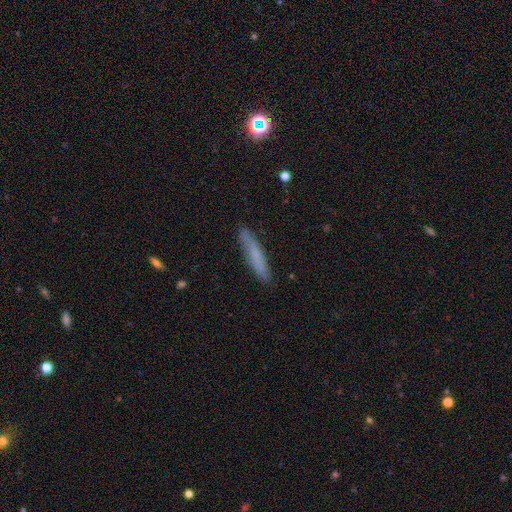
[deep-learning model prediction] This is likely a smooth galaxy (64%). How rounded: clearly cigar-shaped (91%). Merging: clearly none (85%).